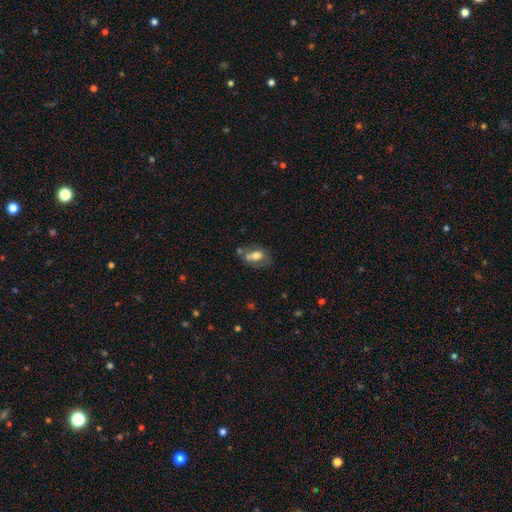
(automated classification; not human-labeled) smooth-or-featured: smooth: 61% | featured or disk: 31% | star or artifact: 9%
  how-rounded: in between: 81% | round: 15% | cigar-shaped: 3%
  merging: none: 47% | minor disturbance: 24% | merger: 19% | major disturbance: 10%